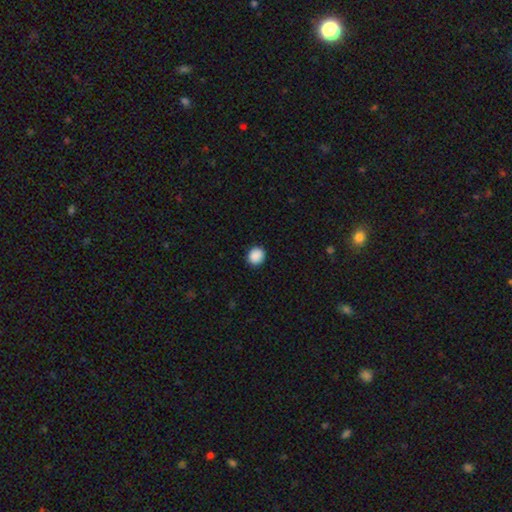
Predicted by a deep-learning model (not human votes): A smooth galaxy with no disk features (89%) that is round (84%). Merging: none (91%).